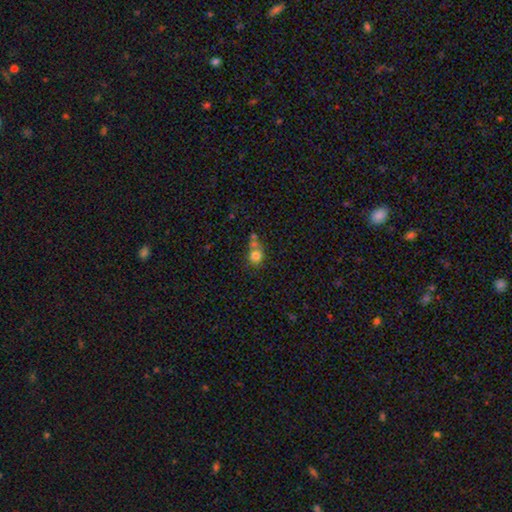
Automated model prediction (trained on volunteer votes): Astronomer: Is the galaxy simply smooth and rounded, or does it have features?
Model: smooth — 77%.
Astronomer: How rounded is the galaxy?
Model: round — 78%.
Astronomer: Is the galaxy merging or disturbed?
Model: none — 45% (runner-up: merger, 36%).